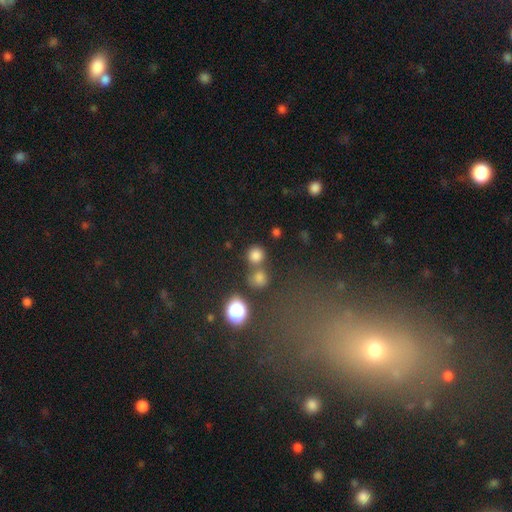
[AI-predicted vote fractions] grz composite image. It shows a smooth galaxy with no disk features (78%) that is round (90%). Merging: none (59%).